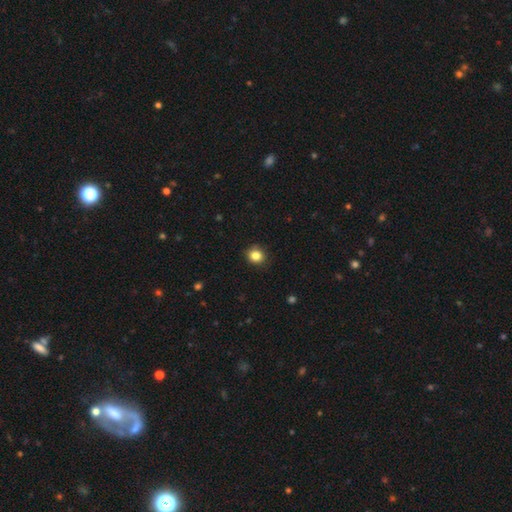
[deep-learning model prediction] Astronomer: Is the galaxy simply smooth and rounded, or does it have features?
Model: smooth — 84%.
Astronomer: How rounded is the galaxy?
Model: round — 81%.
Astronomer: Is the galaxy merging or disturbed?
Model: none — 87%.